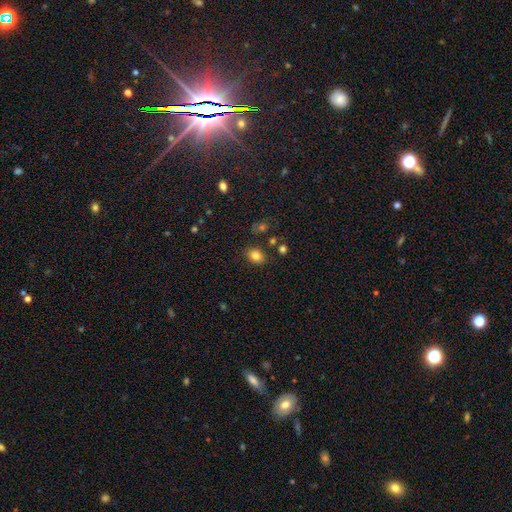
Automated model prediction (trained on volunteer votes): The model was most divided on "how rounded": in between: 66%, round: 33%, cigar-shaped: 1%. More confident: merging — none (82%); smooth or featured — smooth (81%).